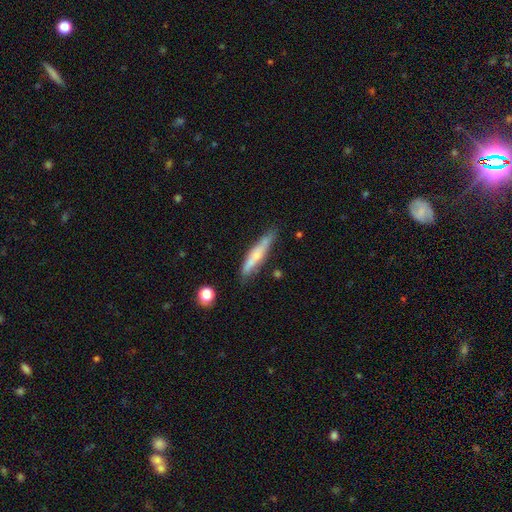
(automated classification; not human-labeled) smooth-or-featured: smooth: 52% | featured or disk: 41% | star or artifact: 7%
  how-rounded: cigar-shaped: 89% | in between: 9% | round: 2%
  merging: none: 73% | minor disturbance: 20% | major disturbance: 4% | merger: 4%